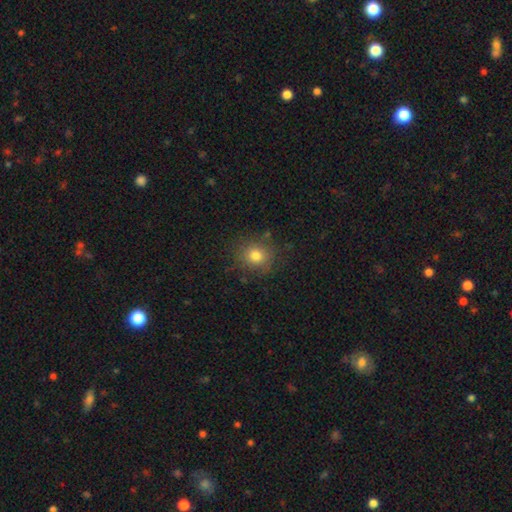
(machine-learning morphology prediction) Overall: smooth (79%). How rounded: round (83%). Merging: none (84%).